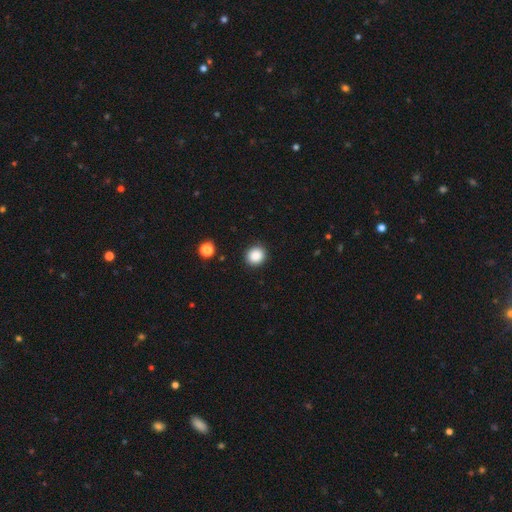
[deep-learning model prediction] smooth-or-featured: smooth: 87% | star or artifact: 10% | featured or disk: 3%
  how-rounded: round: 87% | in between: 12% | cigar-shaped: 1%
  merging: none: 91% | minor disturbance: 6% | major disturbance: 2% | merger: 1%